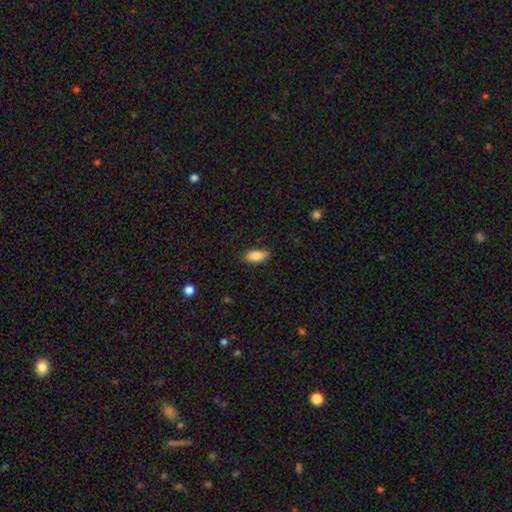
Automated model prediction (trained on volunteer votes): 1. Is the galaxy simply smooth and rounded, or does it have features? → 86% smooth, 8% featured or disk, 7% star or artifact.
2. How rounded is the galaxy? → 83% in between, 15% cigar-shaped, 2% round.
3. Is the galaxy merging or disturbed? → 85% none, 11% minor disturbance, 2% major disturbance, 1% merger.